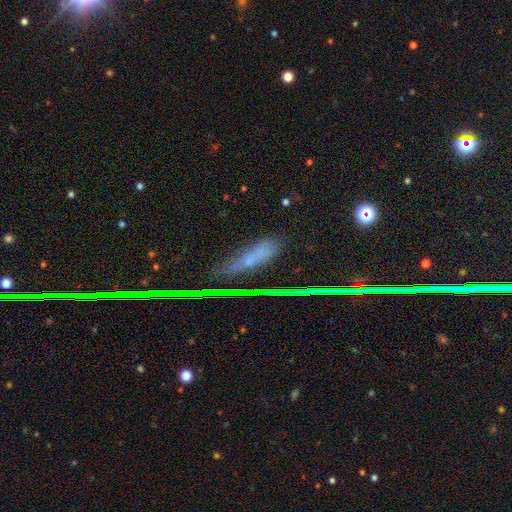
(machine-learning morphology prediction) Overall: smooth (43%; star or artifact 36%). Merging: none (60%; minor disturbance 23%).